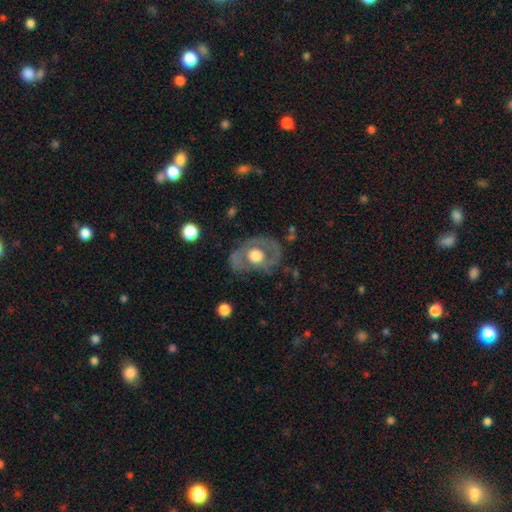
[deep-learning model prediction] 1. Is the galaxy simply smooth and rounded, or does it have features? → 58% featured or disk, 35% smooth, 6% star or artifact.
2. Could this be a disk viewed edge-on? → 94% no, 6% yes.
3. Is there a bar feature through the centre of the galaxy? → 89% no, 9% weak, 2% strong.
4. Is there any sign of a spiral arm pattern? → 77% no, 23% yes.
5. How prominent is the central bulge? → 55% large, 34% moderate, 7% dominant, 3% small, 2% none.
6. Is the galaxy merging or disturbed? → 68% none, 19% minor disturbance, 12% major disturbance, 2% merger.